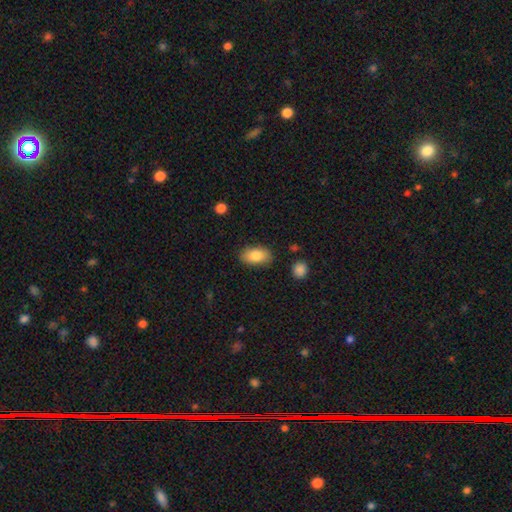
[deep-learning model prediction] Smooth or featured? Predicted: smooth (p=0.83). How rounded? Predicted: in between (p=0.92). Merging? Predicted: none (p=0.84).